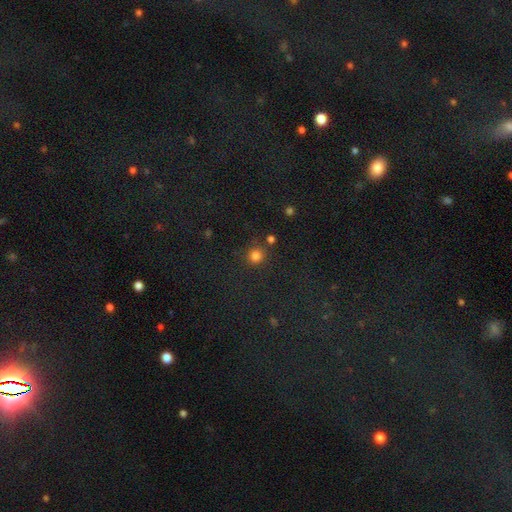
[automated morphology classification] Smooth or featured? smooth (80%)
How rounded? round (91%)
Merging? none (81%)